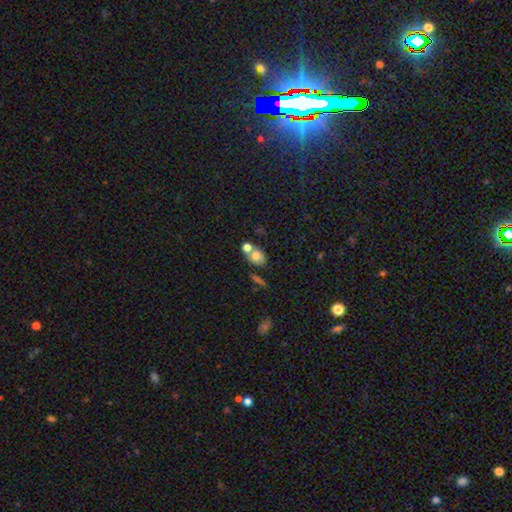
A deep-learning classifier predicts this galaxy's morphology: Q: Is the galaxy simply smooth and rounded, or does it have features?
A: smooth — 67%.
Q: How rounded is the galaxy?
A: in between — 53%.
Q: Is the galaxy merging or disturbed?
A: merger — 43%.